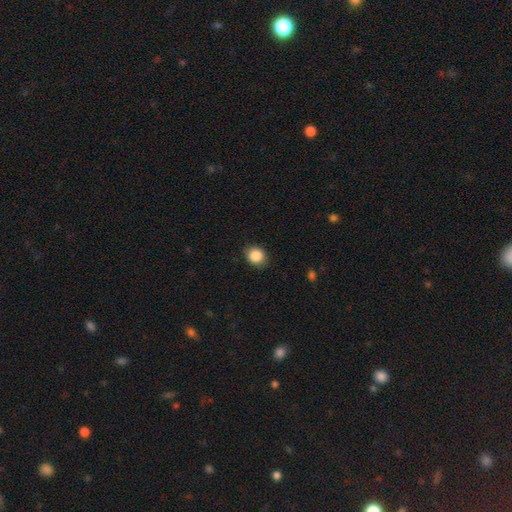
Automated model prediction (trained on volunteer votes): Q: Smooth or featured?
A: smooth (87%); runner-up: star or artifact (9%)
Q: How rounded?
A: round (69%); runner-up: in between (30%)
Q: Merging?
A: none (83%); runner-up: minor disturbance (13%)